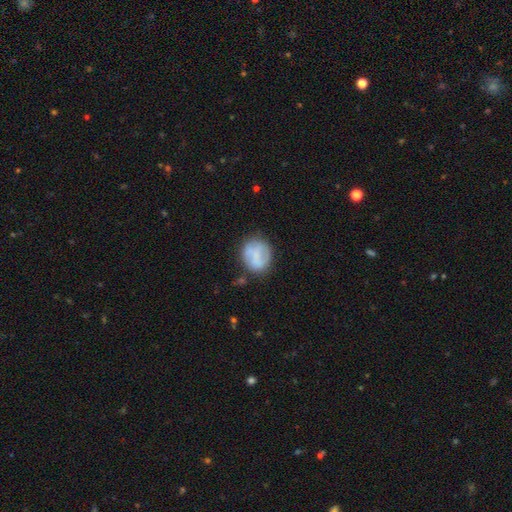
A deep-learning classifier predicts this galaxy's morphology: Smooth or featured? Predicted: smooth (p=0.59). How rounded? Predicted: round (p=0.79). Merging? Predicted: none (p=0.65).